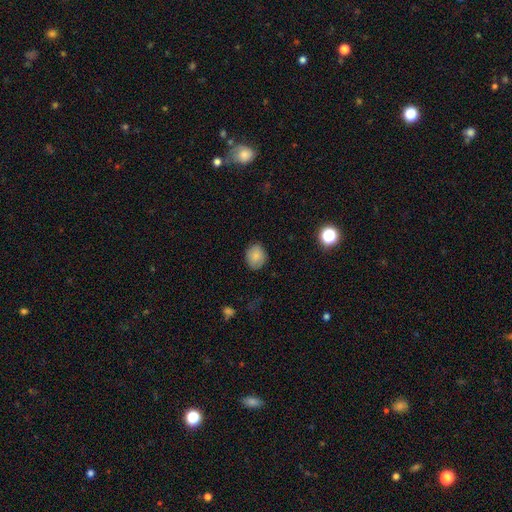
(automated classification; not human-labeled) smooth-or-featured: smooth: 83% | star or artifact: 9% | featured or disk: 8%
  how-rounded: round: 54% | in between: 45% | cigar-shaped: 1%
  merging: none: 84% | minor disturbance: 12% | major disturbance: 3% | merger: 1%